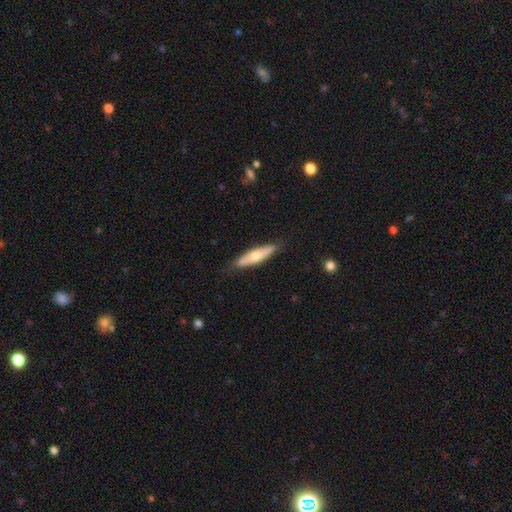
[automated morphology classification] Smooth or featured? featured or disk (48%)
Merging? none (83%)